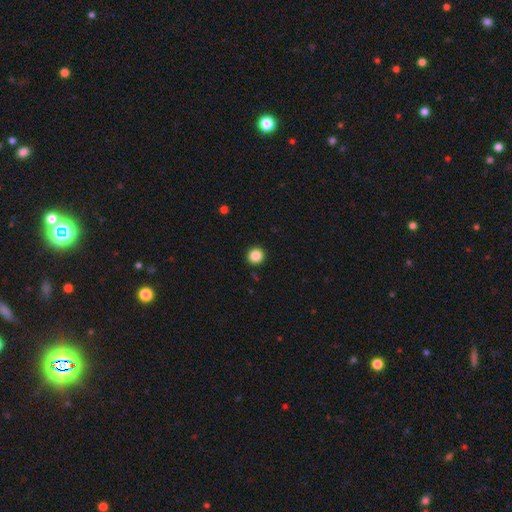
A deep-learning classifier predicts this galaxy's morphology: Smooth or featured?
  - smooth: 86% *
  - star or artifact: 10%
  - featured or disk: 3%
How rounded?
  - round: 95% *
  - in between: 5%
  - cigar-shaped: 1%
Merging?
  - none: 92% *
  - minor disturbance: 5%
  - major disturbance: 2%
  - merger: 1%